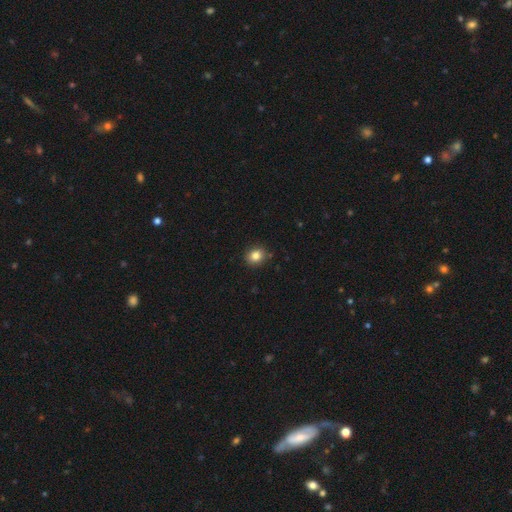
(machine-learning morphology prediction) The model was most divided on "how rounded": round: 76%, in between: 23%, cigar-shaped: 1%. More confident: merging — none (88%); smooth or featured — smooth (83%).